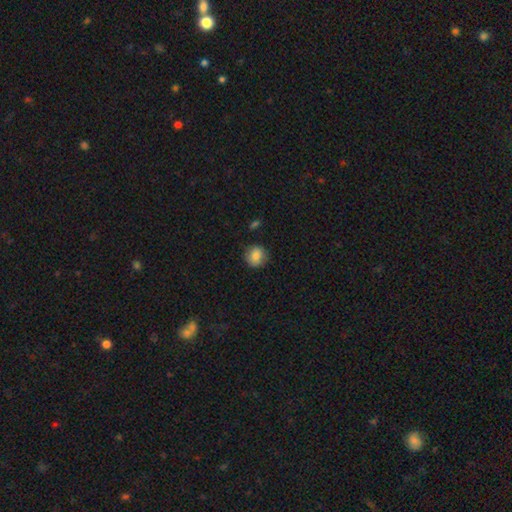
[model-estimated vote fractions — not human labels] Smooth or featured: smooth — 84% (star or artifact — 9%)
How rounded: round — 88% (in between — 11%)
Merging: none — 85% (minor disturbance — 11%)